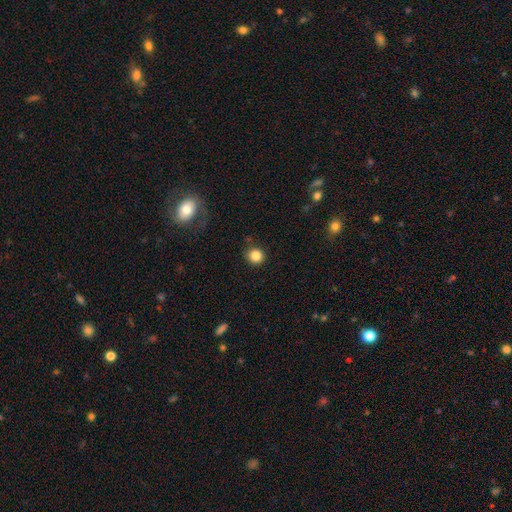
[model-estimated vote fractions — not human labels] This is clearly a smooth galaxy (86%). How rounded: clearly round (91%). Merging: clearly none (86%).